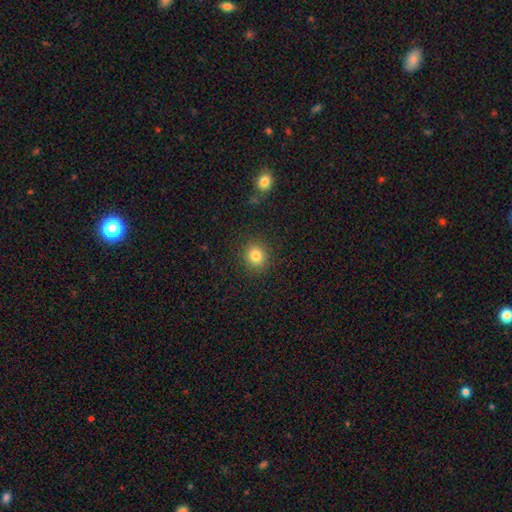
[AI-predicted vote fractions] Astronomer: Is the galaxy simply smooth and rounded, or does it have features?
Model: smooth — 83%.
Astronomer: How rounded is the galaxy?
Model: round — 85%.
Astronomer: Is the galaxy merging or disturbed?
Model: none — 89%.